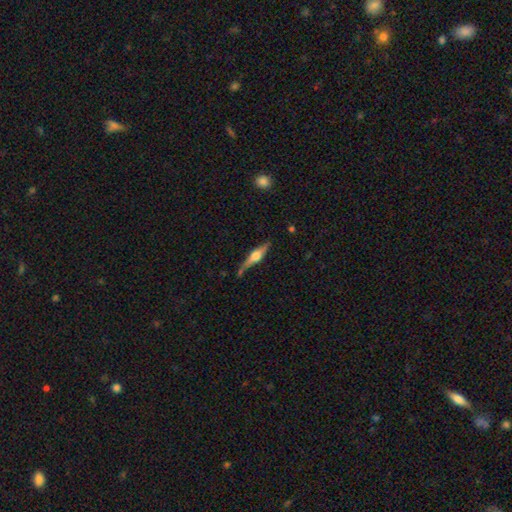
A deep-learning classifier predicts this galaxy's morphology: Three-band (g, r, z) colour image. It shows a featured or disk galaxy (70%) viewed edge-on (96%) with a rounded central bulge (92%). Merging: none (69%).